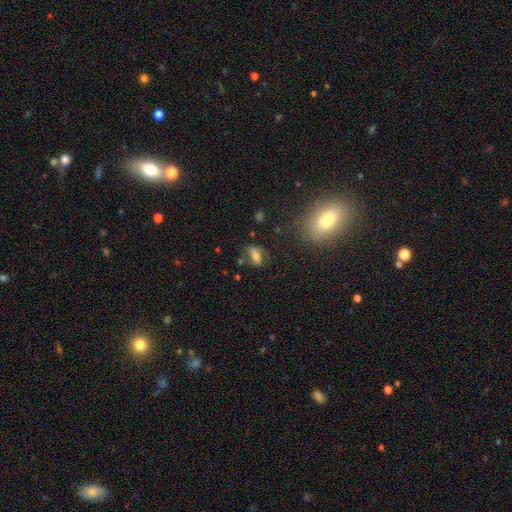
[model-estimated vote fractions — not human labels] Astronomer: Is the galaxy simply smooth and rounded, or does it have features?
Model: smooth — 61%.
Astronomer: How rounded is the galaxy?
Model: in between — 79%.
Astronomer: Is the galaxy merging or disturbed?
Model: none — 63%.